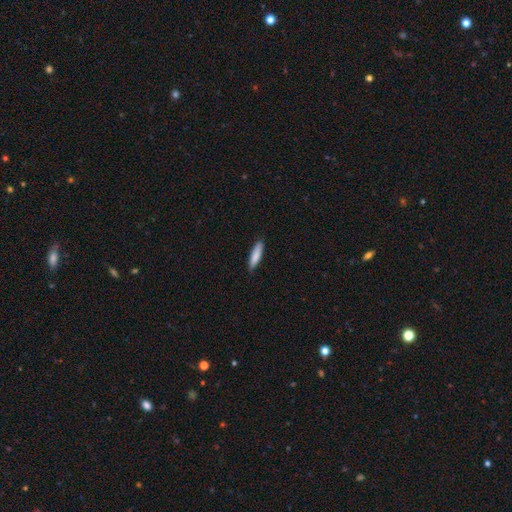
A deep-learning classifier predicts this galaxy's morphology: This appears to be a smooth galaxy with no disk features (84%) that is cigar-shaped (75%). Merging: none (85%).